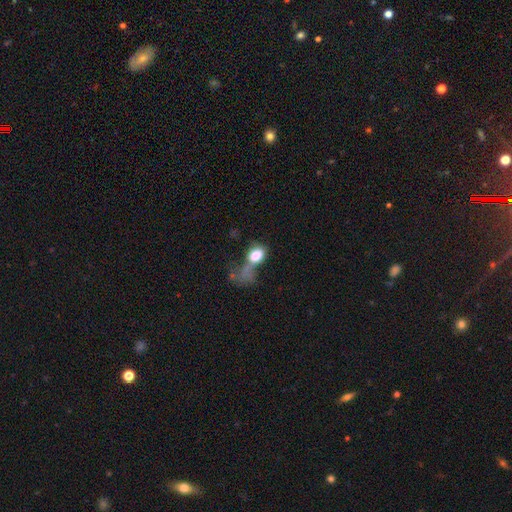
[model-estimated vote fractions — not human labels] Smooth or featured? Predicted: smooth (p=0.72). How rounded? Predicted: in between (p=0.70). Merging? Predicted: major disturbance (p=0.53).